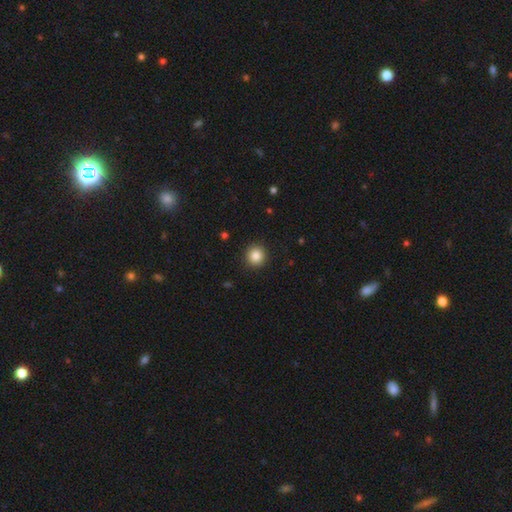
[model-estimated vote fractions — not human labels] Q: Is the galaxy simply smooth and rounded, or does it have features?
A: smooth — 85%.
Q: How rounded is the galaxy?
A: round — 93%.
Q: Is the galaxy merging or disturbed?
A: none — 92%.